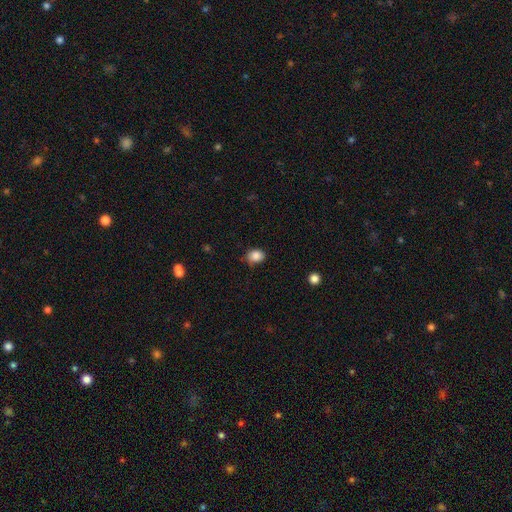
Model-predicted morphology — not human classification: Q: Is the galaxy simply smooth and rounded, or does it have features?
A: smooth — 86%.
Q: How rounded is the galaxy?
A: in between — 54%.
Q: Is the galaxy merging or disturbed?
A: none — 72%.